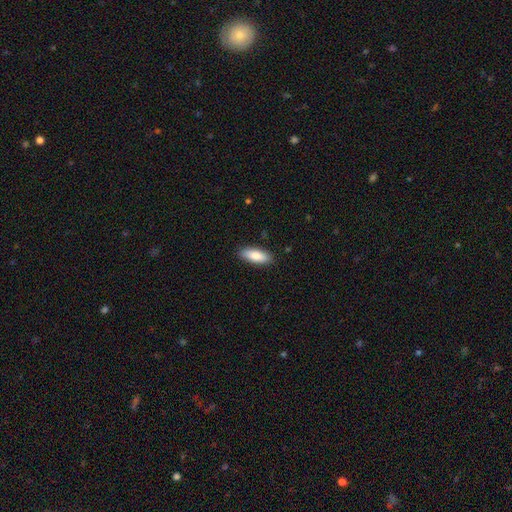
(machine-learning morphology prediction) Smooth or featured? Predicted: smooth (p=0.83). How rounded? Predicted: in between (p=0.73). Merging? Predicted: none (p=0.88).